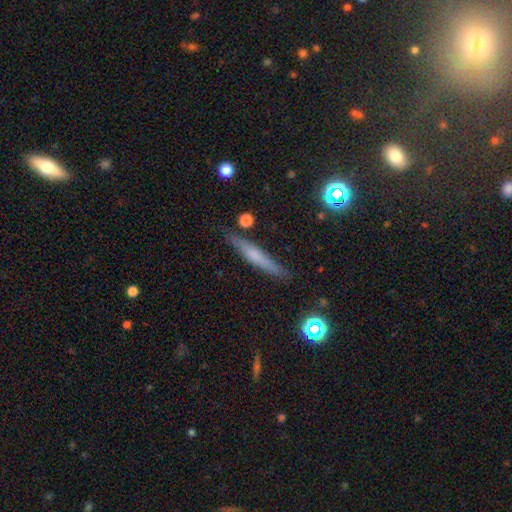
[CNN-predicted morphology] smooth_or_featured: smooth (p=0.50) [alt: featured or disk p=0.42]
merging: none (p=0.85) [alt: minor disturbance p=0.10]